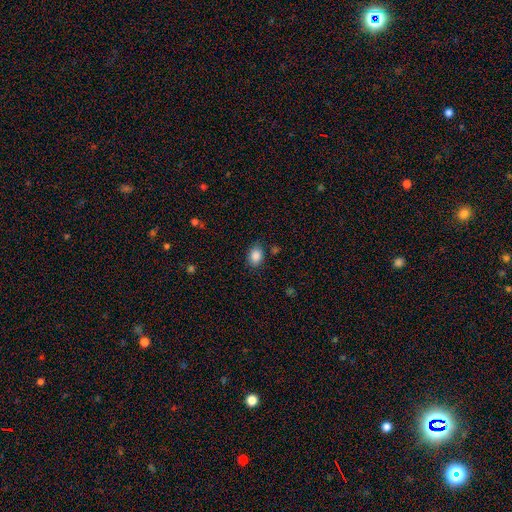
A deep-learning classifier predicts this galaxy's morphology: smooth 87%, star or artifact 9%, featured or disk 4%. Down the decision tree: how rounded — in between (70%); merging — none (80%).